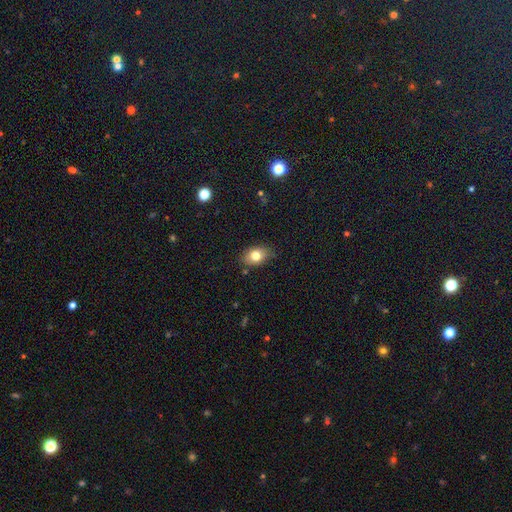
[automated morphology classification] Smooth or featured? smooth (78%)
How rounded? in between (79%)
Merging? none (80%)